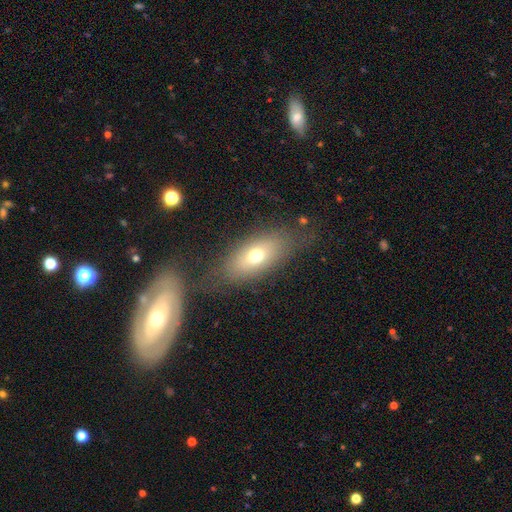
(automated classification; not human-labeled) Smooth or featured: smooth — 68% (featured or disk — 22%)
How rounded: in between — 83% (cigar-shaped — 9%)
Merging: none — 69% (minor disturbance — 16%)